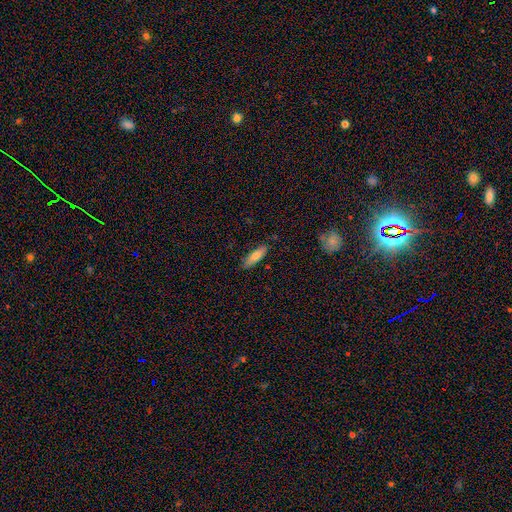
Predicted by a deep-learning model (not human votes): Smooth or featured? smooth (75%)
How rounded? cigar-shaped (53%)
Merging? none (85%)